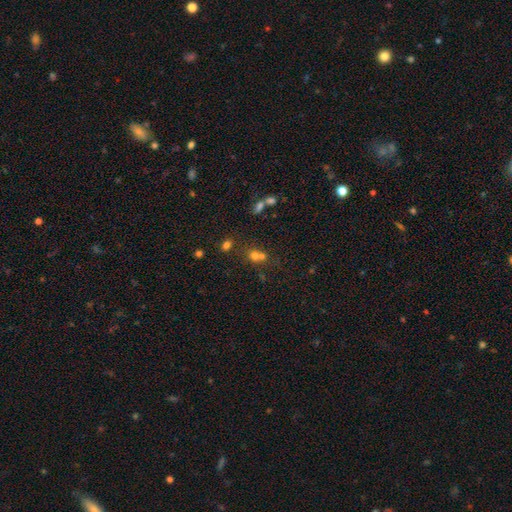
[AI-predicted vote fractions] A smooth galaxy with no disk features (60%) that is round (77%). Merging: merger (44%, tied with none).